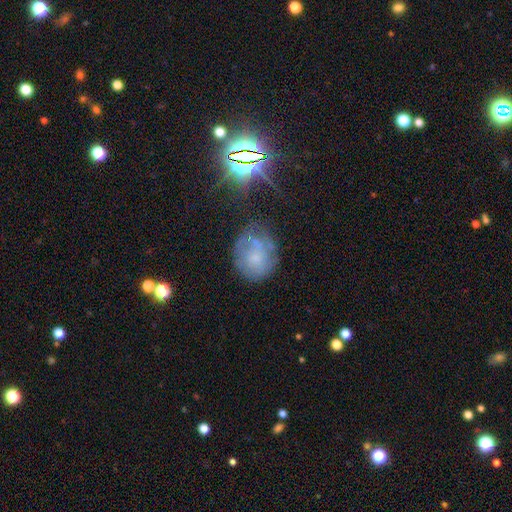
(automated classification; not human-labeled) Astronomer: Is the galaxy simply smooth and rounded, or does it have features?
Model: featured or disk — 43% (runner-up: smooth, 39%).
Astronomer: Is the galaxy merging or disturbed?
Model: none — 56%.